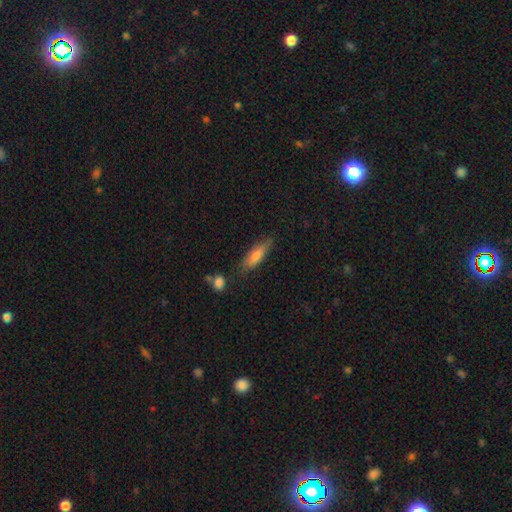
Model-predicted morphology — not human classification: A smooth galaxy with no disk features (74%) that is cigar-shaped (61%). Merging: none (77%).